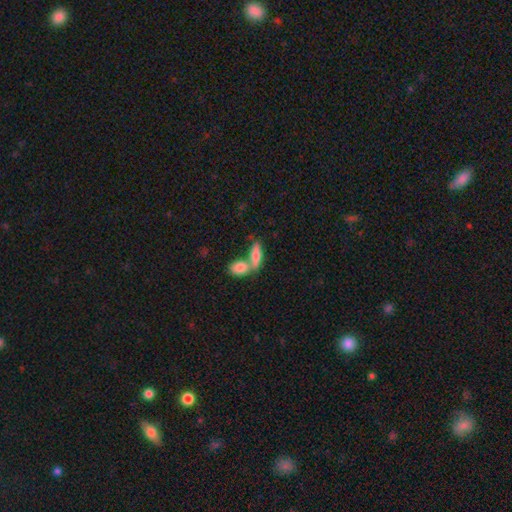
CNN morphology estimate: A smooth galaxy with no disk features (70%) that is in between round and cigar-shaped (60%).

Vote fractions:
- Smooth or featured? smooth: 70% / featured or disk: 23% / star or artifact: 7%
- How rounded? in between: 60% / cigar-shaped: 35% / round: 5%
- Merging? merger: 52% / none: 36% / minor disturbance: 8% / major disturbance: 4%